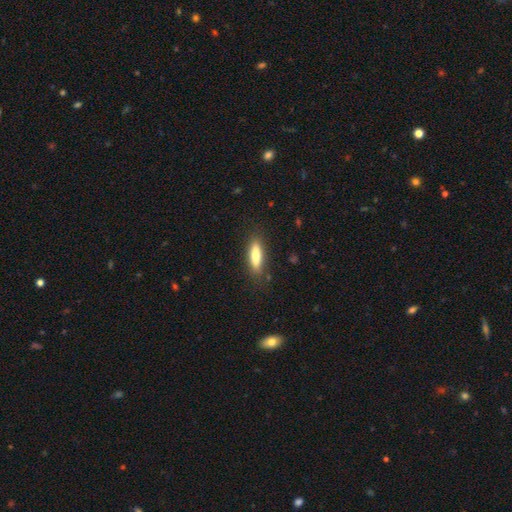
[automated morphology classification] smooth 79%, featured or disk 15%, star or artifact 7%. Down the decision tree: how rounded — cigar-shaped (57%); merging — none (82%).